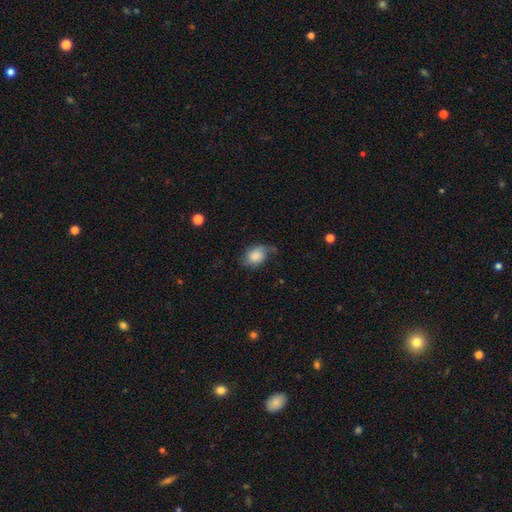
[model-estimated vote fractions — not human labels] smooth_or_featured: smooth (p=0.64) [alt: featured or disk p=0.27]
how_rounded: in between (p=0.74) [alt: round p=0.25]
merging: none (p=0.40) [alt: minor disturbance p=0.36]